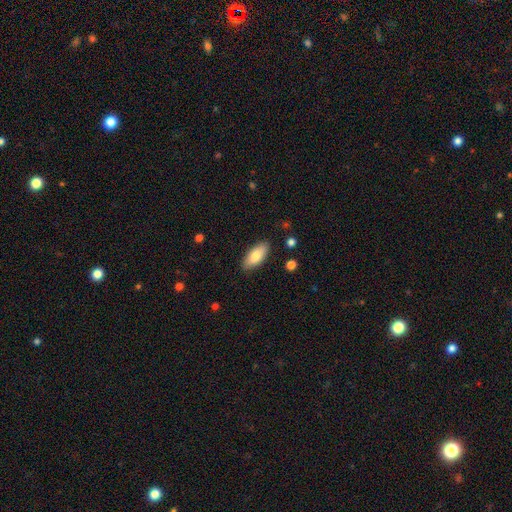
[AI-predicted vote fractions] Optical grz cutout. It shows a smooth galaxy with no disk features (83%) that is in between round and cigar-shaped (86%). Merging: none (87%).